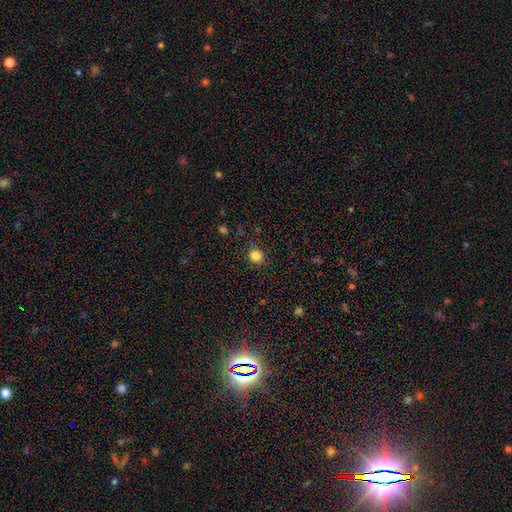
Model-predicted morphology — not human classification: smooth_or_featured: smooth (p=0.83) [alt: star or artifact p=0.13]
how_rounded: round (p=0.92) [alt: in between p=0.07]
merging: none (p=0.89) [alt: minor disturbance p=0.07]